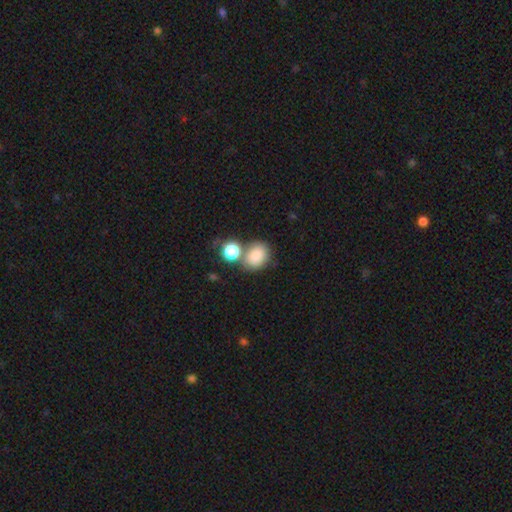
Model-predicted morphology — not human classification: A smooth galaxy with no disk features (83%) that is round (49%, tied with in between). Merging: none (54%).